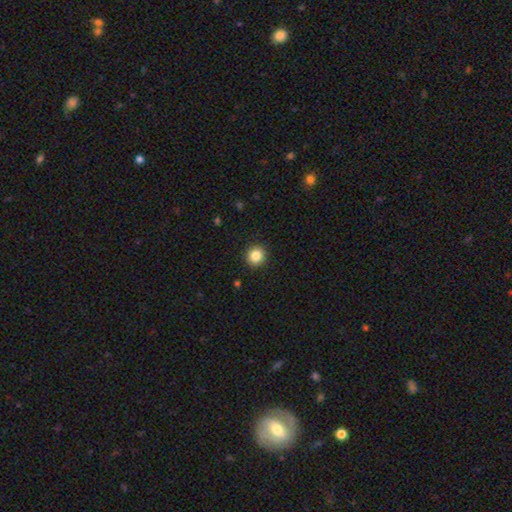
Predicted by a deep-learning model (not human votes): A smooth galaxy with no disk features (85%) that is round (93%). Merging: none (92%).